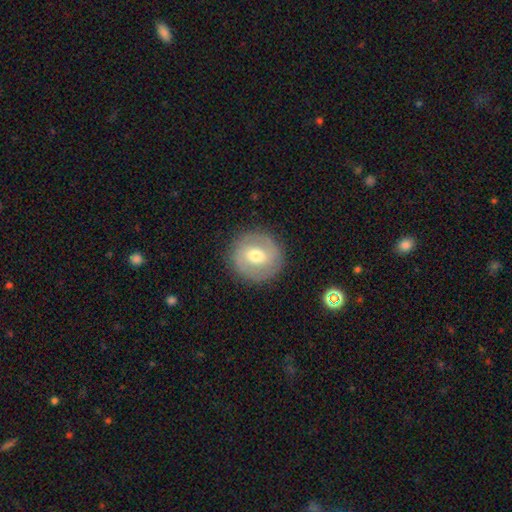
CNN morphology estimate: Smooth or featured: featured or disk — 53% (smooth — 41%)
Edge-on disk: no — 96% (yes — 4%)
Bar: weak — 45% (no — 34%)
Spiral arms: yes — 58% (no — 42%)
Bulge size: moderate — 71% (small — 18%)
Merging: none — 88% (minor disturbance — 8%)